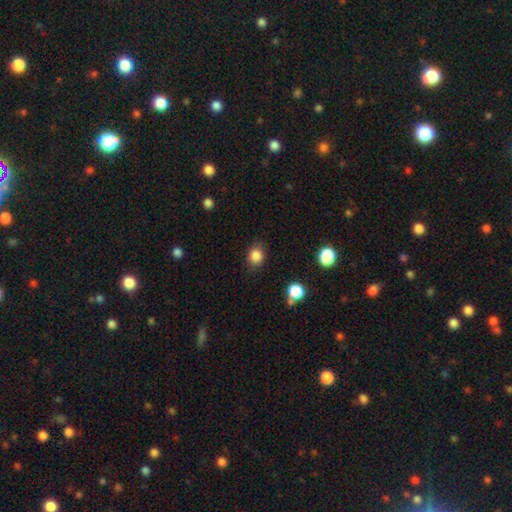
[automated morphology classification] This appears to be a smooth galaxy with no disk features (85%) that is round (65%). Merging: none (82%).